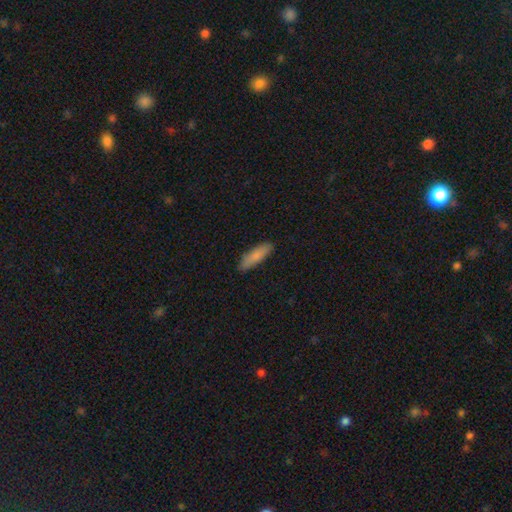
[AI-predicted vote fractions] The model was most divided on "how rounded": cigar-shaped: 61%, in between: 37%, round: 2%. More confident: merging — none (85%); smooth or featured — smooth (84%).